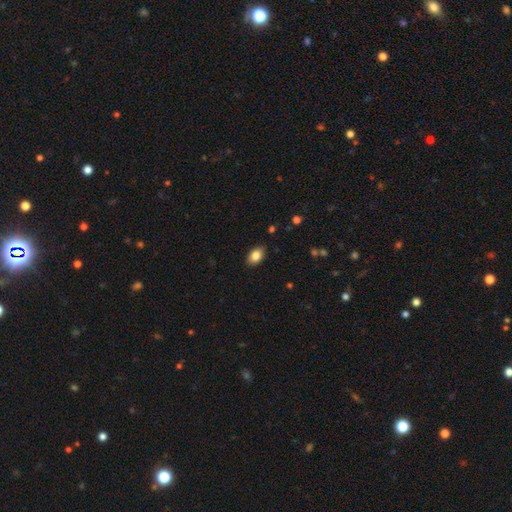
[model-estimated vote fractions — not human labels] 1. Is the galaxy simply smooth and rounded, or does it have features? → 85% smooth, 8% star or artifact, 7% featured or disk.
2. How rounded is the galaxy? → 86% in between, 13% round, 1% cigar-shaped.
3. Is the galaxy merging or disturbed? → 87% none, 10% minor disturbance, 2% major disturbance, 1% merger.